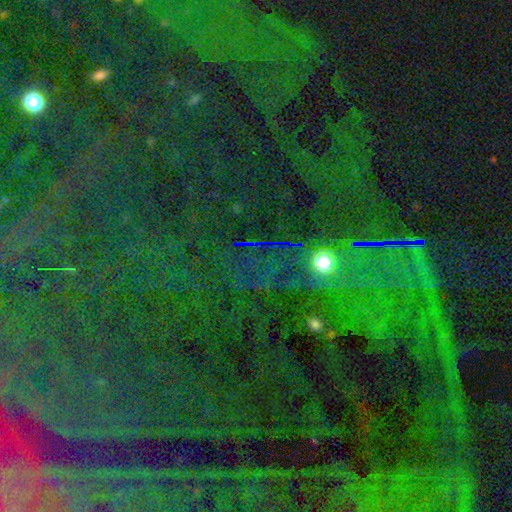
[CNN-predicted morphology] A star or artifact, not a galaxy (84%).